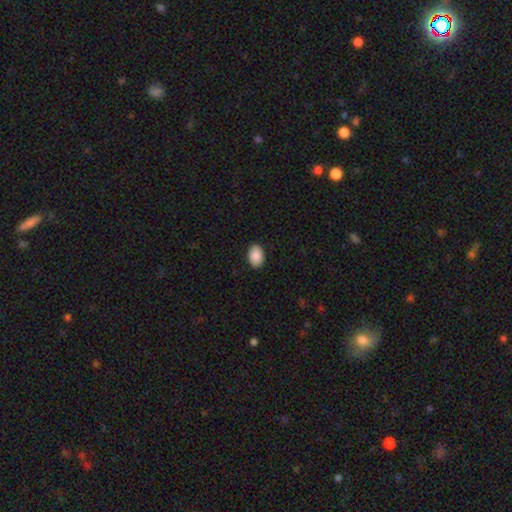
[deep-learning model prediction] Smooth or featured? Predicted: smooth (p=0.90). How rounded? Predicted: in between (p=0.88). Merging? Predicted: none (p=0.90).